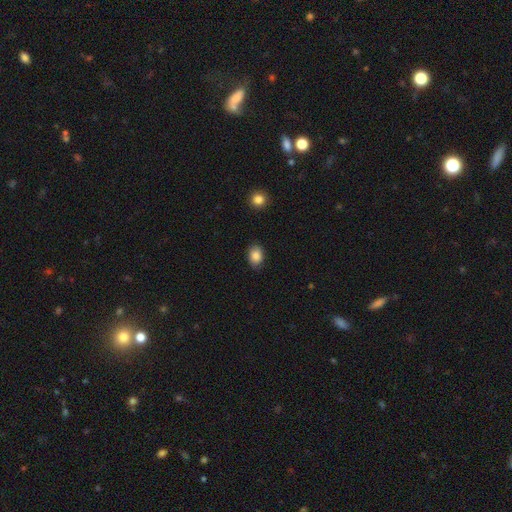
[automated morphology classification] Smooth or featured?
  - smooth: 86% *
  - star or artifact: 8%
  - featured or disk: 6%
How rounded?
  - in between: 70% *
  - round: 29%
  - cigar-shaped: 1%
Merging?
  - none: 83% *
  - minor disturbance: 13%
  - major disturbance: 3%
  - merger: 1%